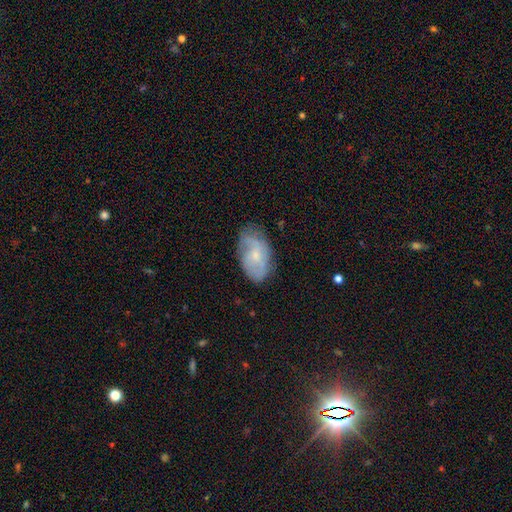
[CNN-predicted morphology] A featured or disk galaxy (56%) with no bar (67%), spiral arms (78%) and a small central bulge (64%). Merging: none (66%).